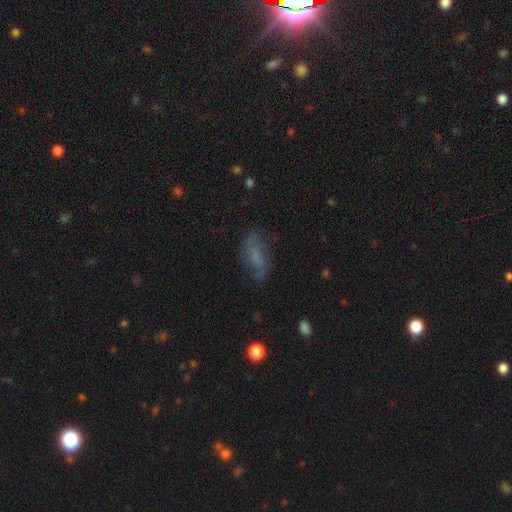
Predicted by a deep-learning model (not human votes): A smooth galaxy with no disk features (45%).

Vote fractions:
- Smooth or featured? smooth: 45% / featured or disk: 41% / star or artifact: 14%
- Merging? none: 60% / minor disturbance: 23% / major disturbance: 15% / merger: 2%